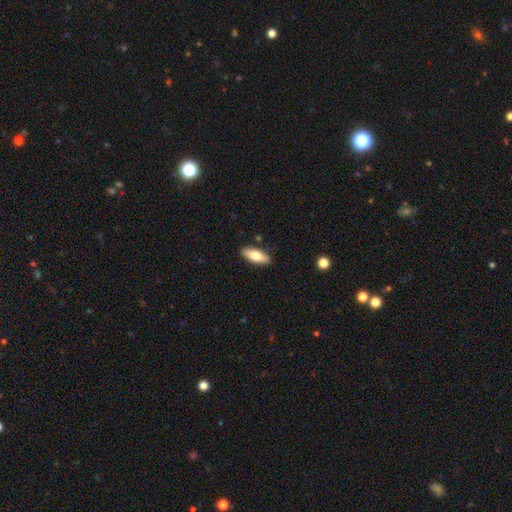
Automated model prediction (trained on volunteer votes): A smooth galaxy with no disk features (73%) that is in between round and cigar-shaped (77%).

Vote fractions:
- Smooth or featured? smooth: 73% / featured or disk: 21% / star or artifact: 6%
- How rounded? in between: 77% / cigar-shaped: 21% / round: 2%
- Merging? none: 87% / minor disturbance: 9% / major disturbance: 2% / merger: 2%